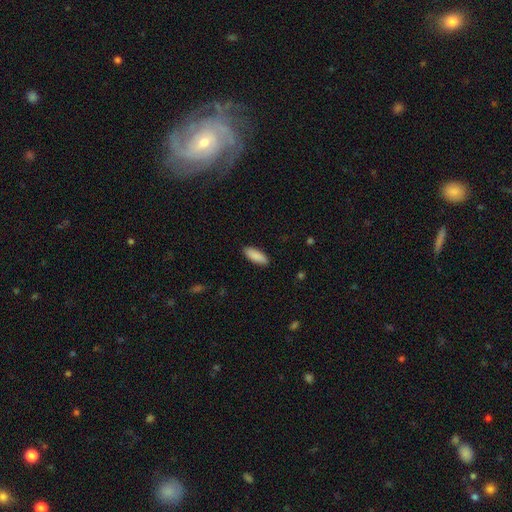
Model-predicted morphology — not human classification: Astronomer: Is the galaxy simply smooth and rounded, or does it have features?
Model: smooth — 89%.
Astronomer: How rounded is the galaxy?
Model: in between — 67%.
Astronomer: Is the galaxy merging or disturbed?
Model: none — 89%.